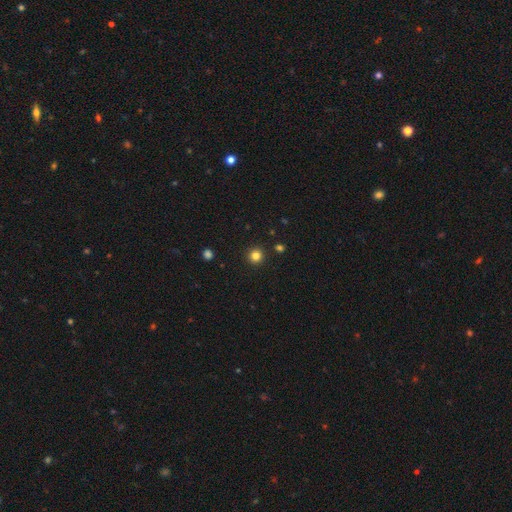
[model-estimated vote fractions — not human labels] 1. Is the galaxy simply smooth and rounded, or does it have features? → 82% smooth, 14% star or artifact, 4% featured or disk.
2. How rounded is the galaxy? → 94% round, 5% in between, 1% cigar-shaped.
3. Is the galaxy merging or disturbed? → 92% none, 4% minor disturbance, 2% merger, 2% major disturbance.